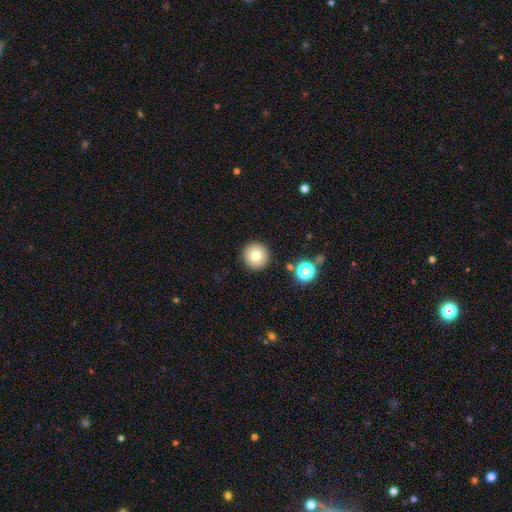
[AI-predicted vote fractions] A smooth galaxy with no disk features (76%) that is round (96%). Merging: none (90%).